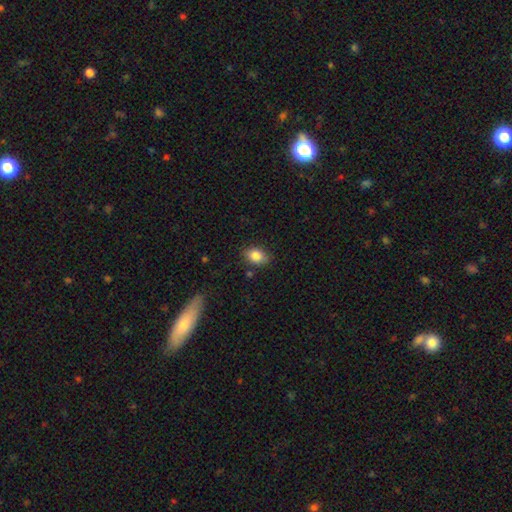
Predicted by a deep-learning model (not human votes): Q: Smooth or featured?
A: smooth (84%); runner-up: star or artifact (9%)
Q: How rounded?
A: in between (73%); runner-up: round (26%)
Q: Merging?
A: none (82%); runner-up: minor disturbance (13%)